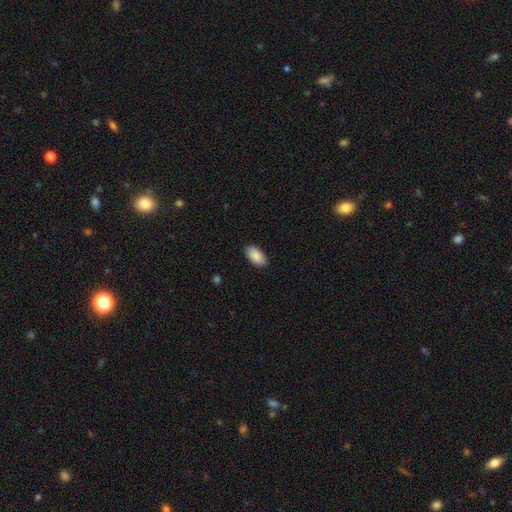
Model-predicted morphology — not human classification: type=smooth (90%); roundness=in between (95%); merging=none (89%).